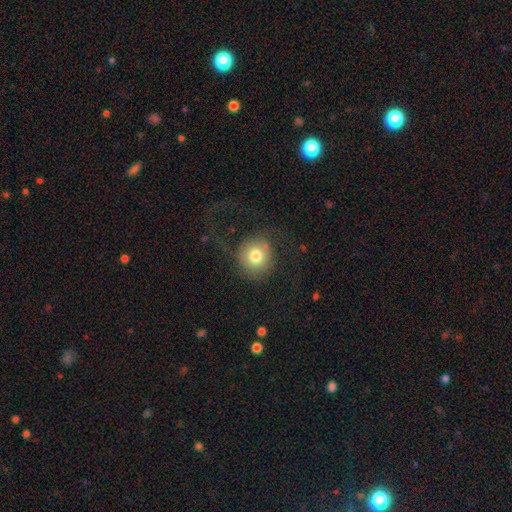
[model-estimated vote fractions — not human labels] Q: Smooth or featured?
A: smooth (74%); runner-up: featured or disk (15%)
Q: How rounded?
A: round (89%); runner-up: in between (10%)
Q: Merging?
A: none (60%); runner-up: major disturbance (23%)